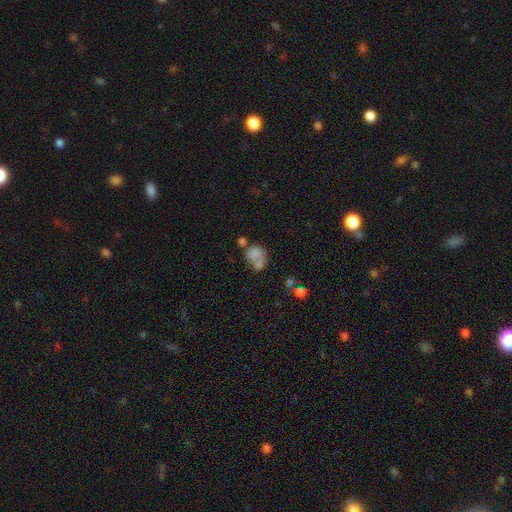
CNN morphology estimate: This is likely a smooth galaxy (75%). How rounded: likely round (65%). Merging: marginally merger (42%).